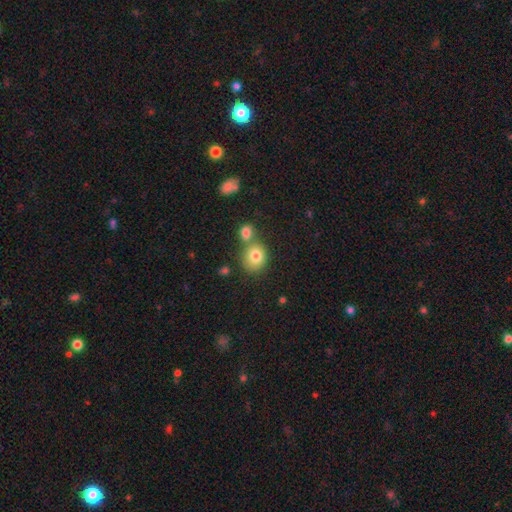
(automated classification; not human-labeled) Q: Smooth or featured?
A: smooth (80%); runner-up: star or artifact (10%)
Q: How rounded?
A: round (73%); runner-up: in between (26%)
Q: Merging?
A: none (51%); runner-up: merger (35%)